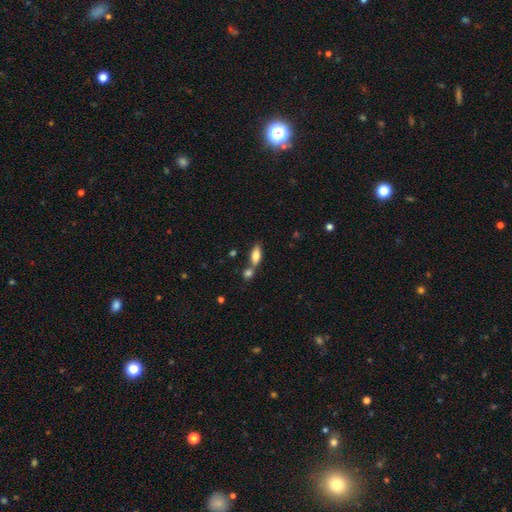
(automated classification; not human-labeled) Smooth or featured: smooth — 78% (featured or disk — 14%)
How rounded: in between — 78% (cigar-shaped — 18%)
Merging: none — 48% (merger — 38%)